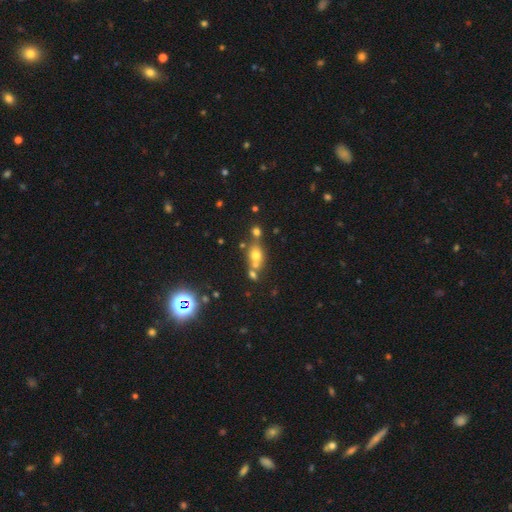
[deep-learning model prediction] smooth-or-featured: smooth: 64% | star or artifact: 18% | featured or disk: 18%
  how-rounded: round: 51% | in between: 45% | cigar-shaped: 3%
  merging: none: 46% | merger: 36% | minor disturbance: 12% | major disturbance: 6%